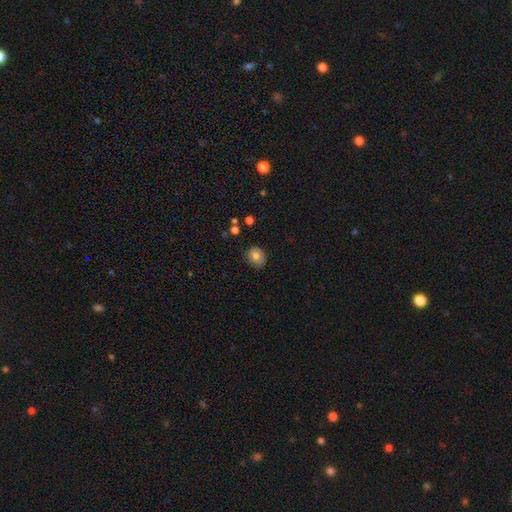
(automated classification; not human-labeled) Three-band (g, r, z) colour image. It shows a smooth galaxy with no disk features (78%) that is round (69%). Merging: none (82%).